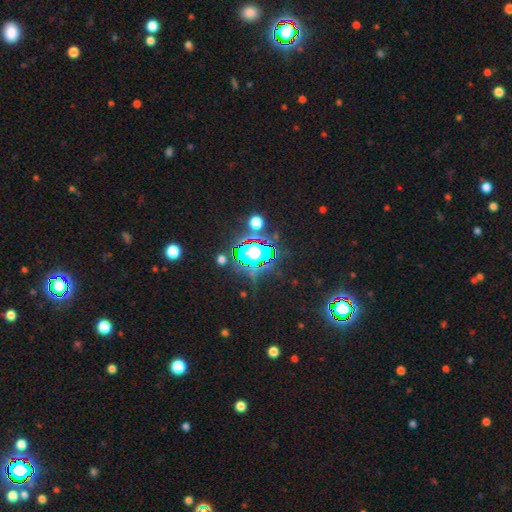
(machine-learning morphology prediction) Smooth or featured? Predicted: star or artifact (p=0.84).